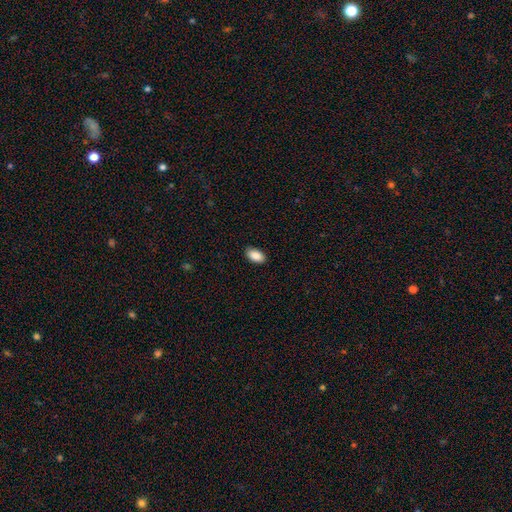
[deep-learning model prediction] This appears to be a smooth galaxy with no disk features (90%) that is in between round and cigar-shaped (94%). Merging: none (89%).